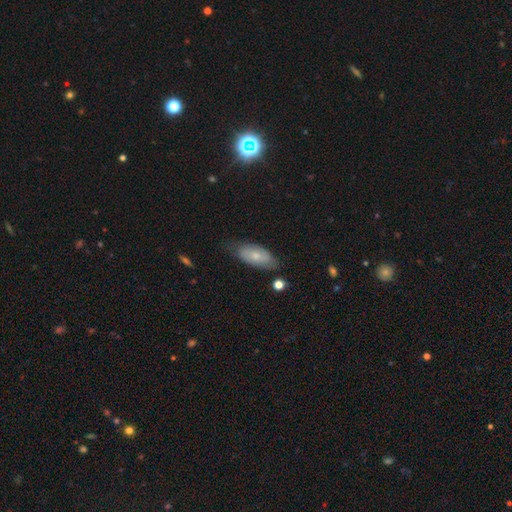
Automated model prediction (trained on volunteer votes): Smooth or featured: smooth — 61% (featured or disk — 32%)
How rounded: in between — 85% (cigar-shaped — 12%)
Merging: none — 68% (minor disturbance — 24%)